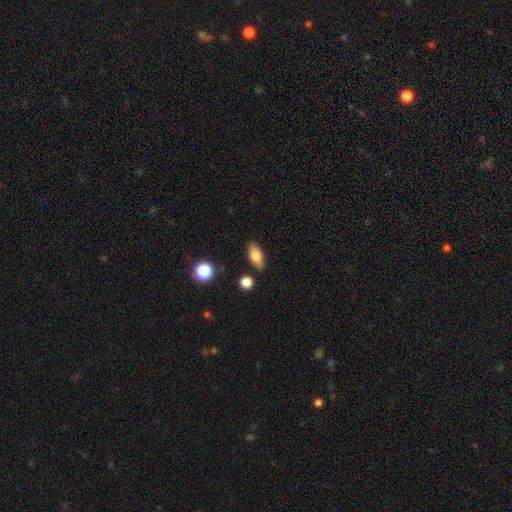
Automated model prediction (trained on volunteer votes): Q: Smooth or featured?
A: smooth (80%); runner-up: featured or disk (12%)
Q: How rounded?
A: in between (84%); runner-up: cigar-shaped (11%)
Q: Merging?
A: none (83%); runner-up: minor disturbance (11%)